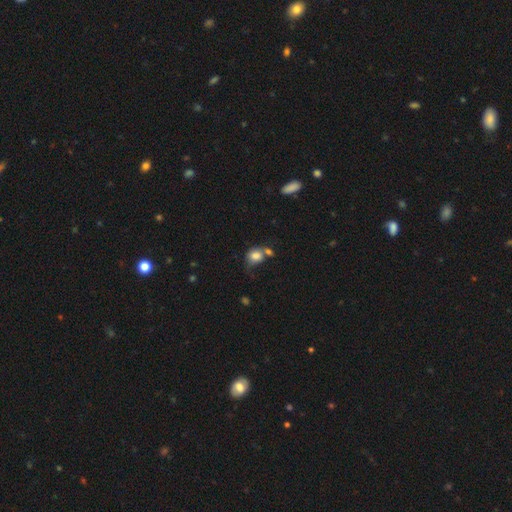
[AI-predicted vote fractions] Smooth or featured?
  - smooth: 80% *
  - featured or disk: 10%
  - star or artifact: 10%
How rounded?
  - round: 62% *
  - in between: 37%
  - cigar-shaped: 1%
Merging?
  - none: 36% *
  - merger: 31%
  - minor disturbance: 21%
  - major disturbance: 12%